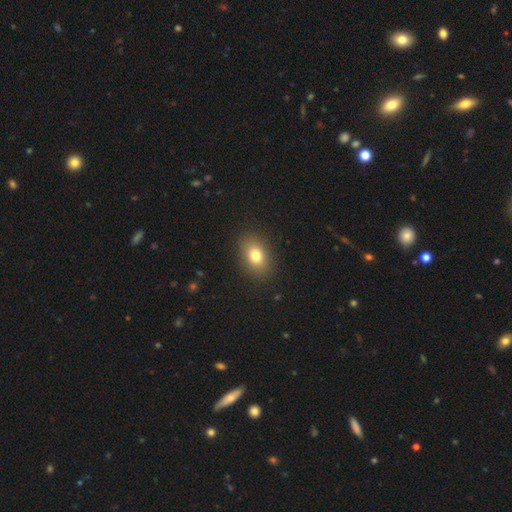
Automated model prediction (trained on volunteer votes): This appears to be a smooth galaxy with no disk features (78%) that is in between round and cigar-shaped (75%). Merging: none (88%).